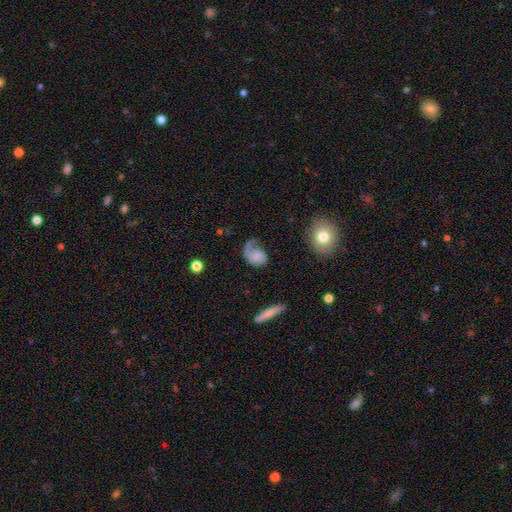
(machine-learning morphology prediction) This is possibly a featured or disk galaxy (47%). Merging: marginally major disturbance (43%).